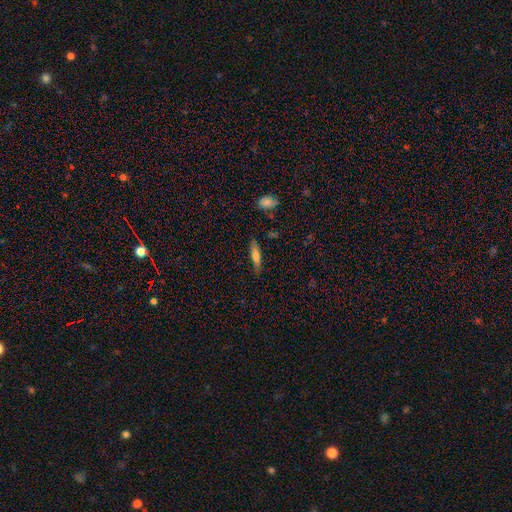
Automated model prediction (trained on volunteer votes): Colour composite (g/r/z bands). It shows a smooth galaxy with no disk features (67%) that is cigar-shaped (73%). Merging: none (82%).